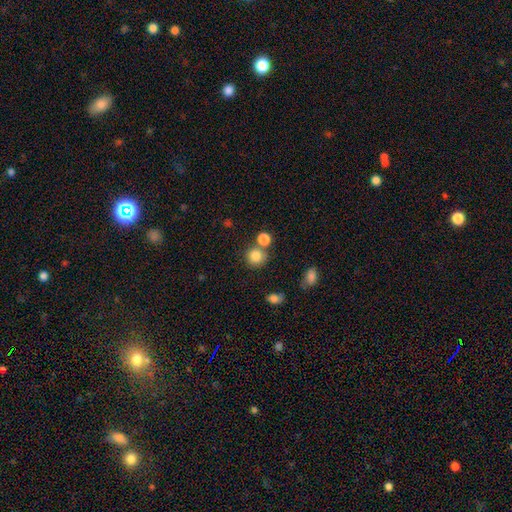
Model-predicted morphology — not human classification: A smooth galaxy with no disk features (83%) that is round (87%). Merging: none (64%).